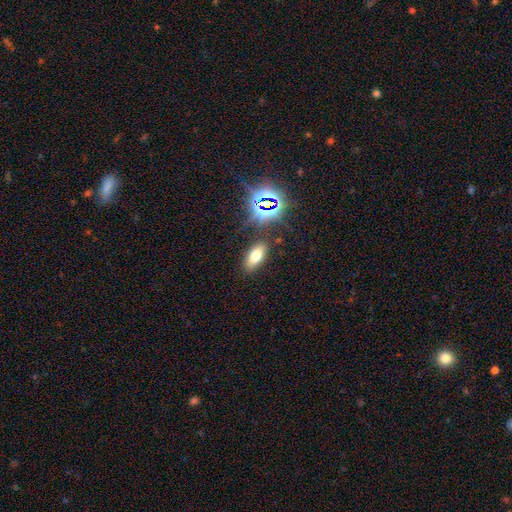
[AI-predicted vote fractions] A smooth galaxy with no disk features (64%) that is in between round and cigar-shaped (83%). Merging: none (84%).